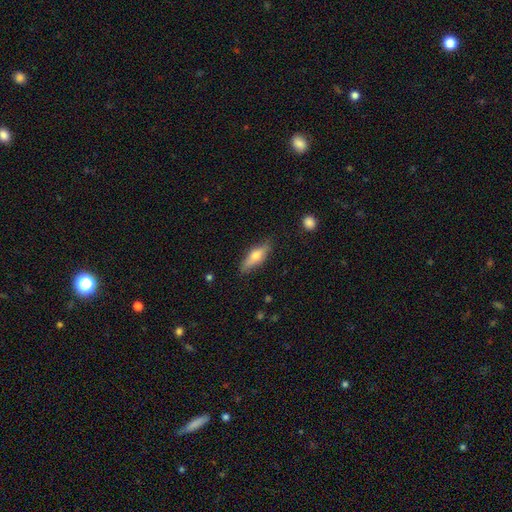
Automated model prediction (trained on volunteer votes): smooth-or-featured: smooth: 55% | featured or disk: 39% | star or artifact: 6%
  how-rounded: cigar-shaped: 50% | in between: 47% | round: 3%
  merging: none: 82% | minor disturbance: 14% | major disturbance: 3% | merger: 1%